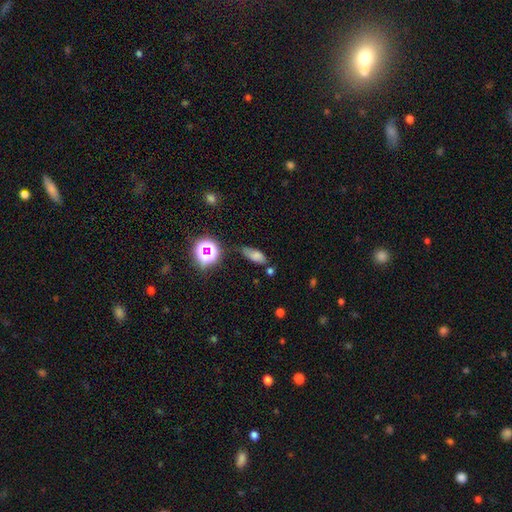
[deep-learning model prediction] Overall: smooth (69%). How rounded: in between (72%). Merging: none (56%; minor disturbance 28%).